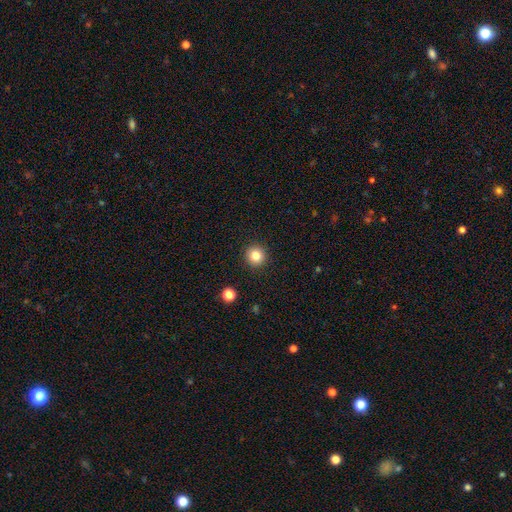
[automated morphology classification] smooth 83%, star or artifact 11%, featured or disk 6%. Down the decision tree: how rounded — round (95%); merging — none (92%).